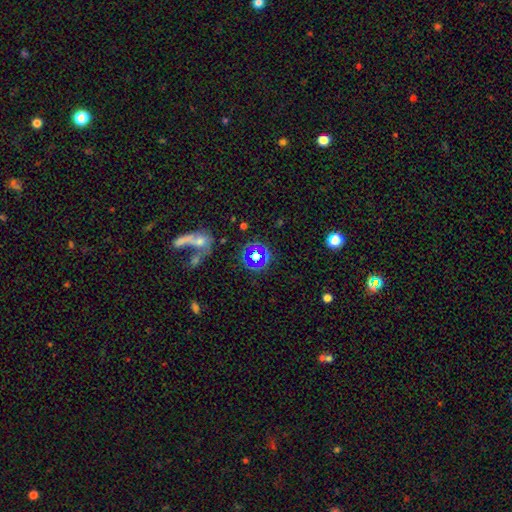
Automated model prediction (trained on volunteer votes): Morphology: type=star or artifact (53%).